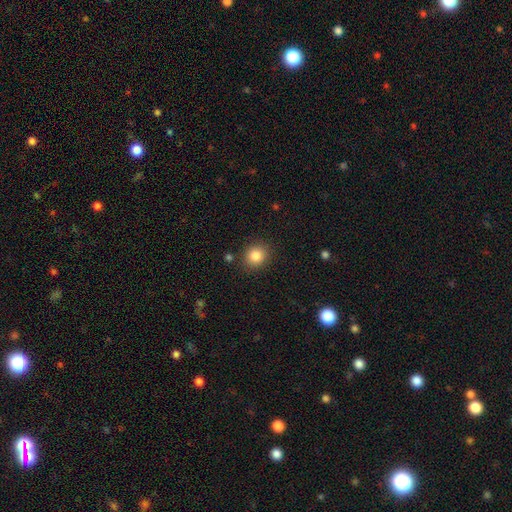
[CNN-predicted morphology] Overall: smooth (85%). How rounded: round (81%). Merging: none (87%).